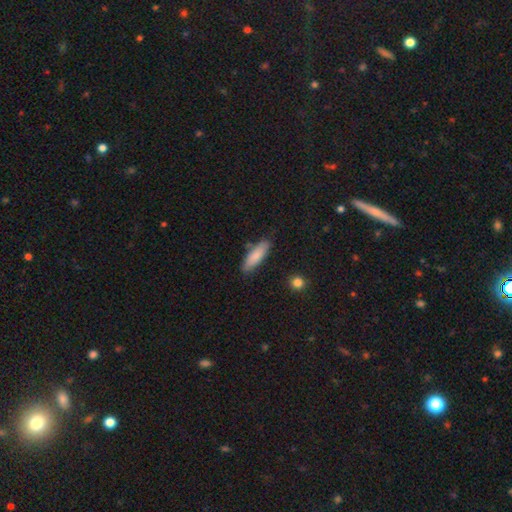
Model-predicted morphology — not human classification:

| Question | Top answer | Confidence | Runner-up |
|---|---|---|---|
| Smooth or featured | smooth | 83% | featured or disk (11%) |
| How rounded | in between | 50% | cigar-shaped (48%) |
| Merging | none | 81% | minor disturbance (13%) |